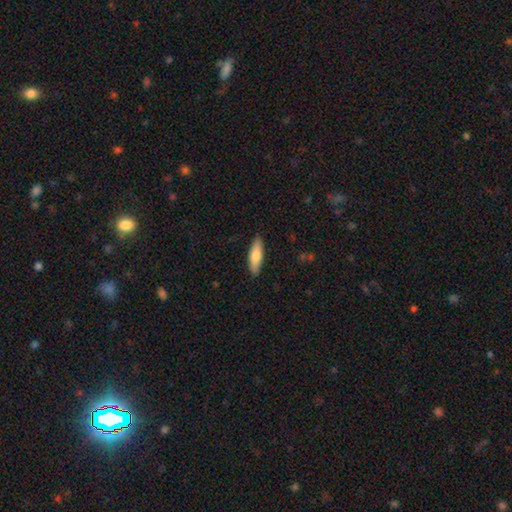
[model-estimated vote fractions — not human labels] Morphology: type=smooth (74%); roundness=cigar-shaped (54%); merging=none (89%).